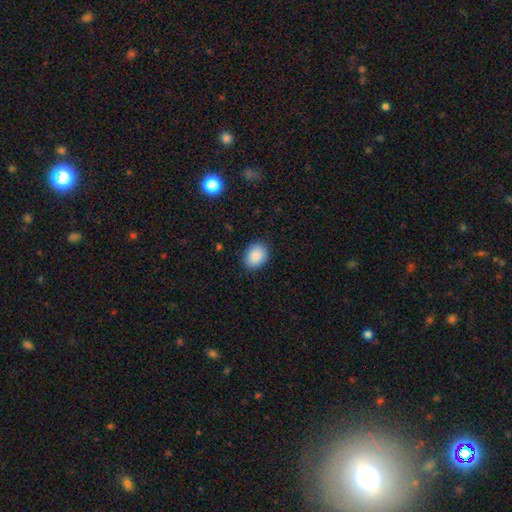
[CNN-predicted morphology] Overall: smooth (90%). How rounded: in between (62%; round 37%). Merging: none (88%).